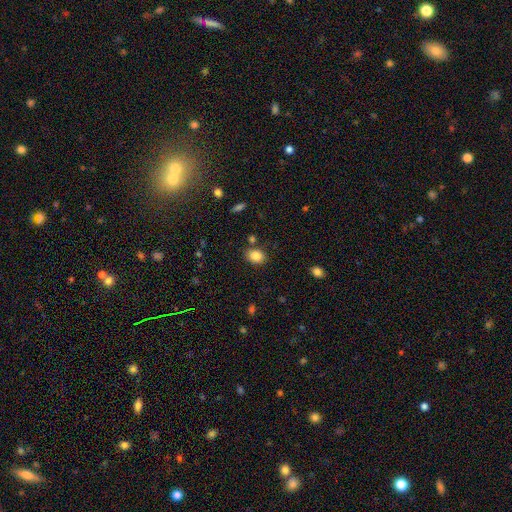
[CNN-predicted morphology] Overall: smooth (84%). How rounded: in between (61%; round 39%). Merging: none (81%).